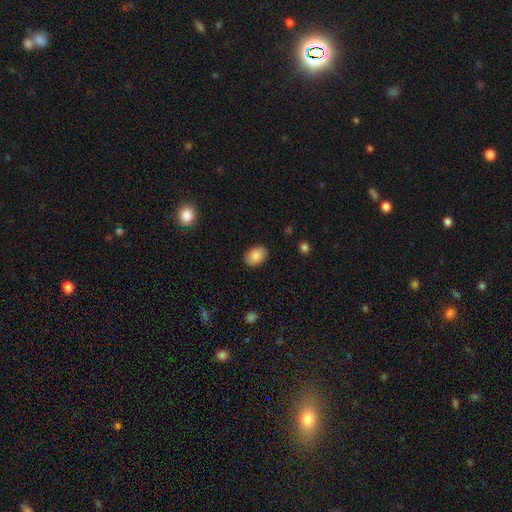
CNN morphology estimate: A smooth galaxy with no disk features (86%) that is in between round and cigar-shaped (80%). Merging: none (87%).